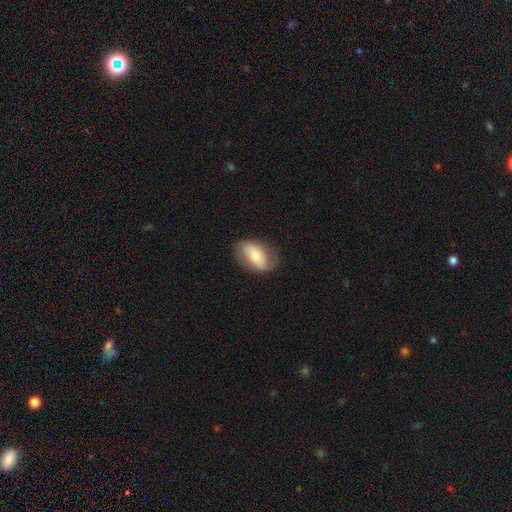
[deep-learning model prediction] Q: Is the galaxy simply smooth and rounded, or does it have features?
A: smooth — 55%.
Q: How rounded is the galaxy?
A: in between — 89%.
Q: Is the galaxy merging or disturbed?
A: none — 76%.